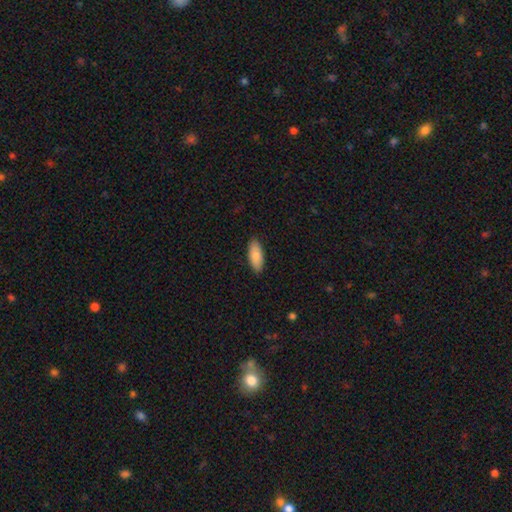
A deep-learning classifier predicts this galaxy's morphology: smooth_or_featured: smooth (p=0.87) [alt: featured or disk p=0.07]
how_rounded: in between (p=0.82) [alt: cigar-shaped p=0.16]
merging: none (p=0.89) [alt: minor disturbance p=0.08]